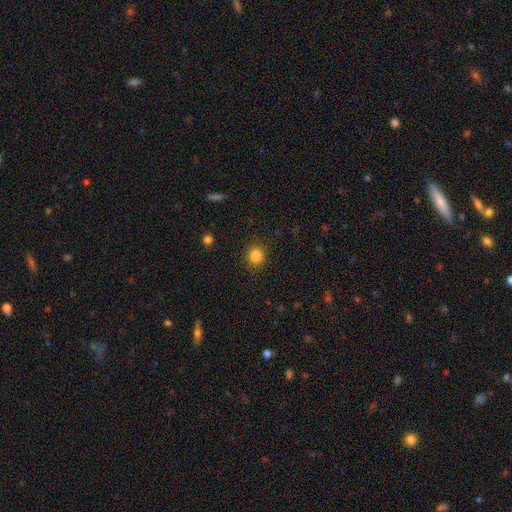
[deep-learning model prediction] Smooth or featured?
  - smooth: 84% *
  - star or artifact: 12%
  - featured or disk: 5%
How rounded?
  - round: 81% *
  - in between: 18%
  - cigar-shaped: 1%
Merging?
  - none: 89% *
  - minor disturbance: 8%
  - major disturbance: 3%
  - merger: 1%